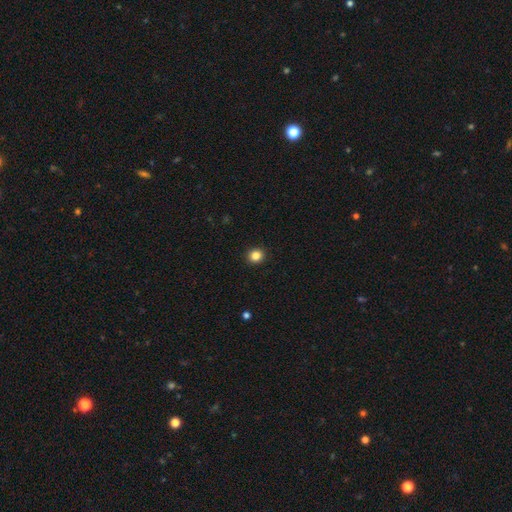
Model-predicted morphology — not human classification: The model was most divided on "smooth or featured": smooth: 84%, star or artifact: 12%, featured or disk: 5%. More confident: merging — none (93%); how rounded — round (87%).